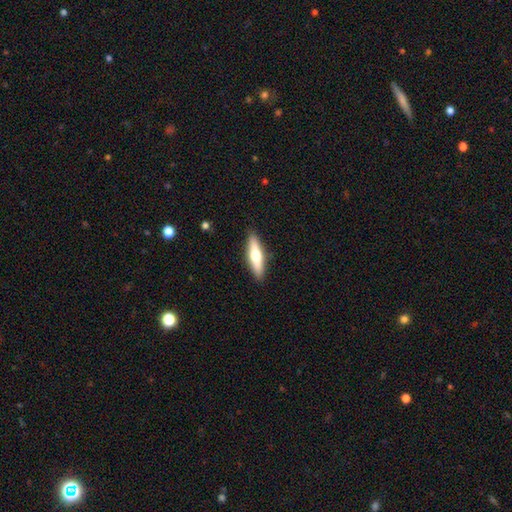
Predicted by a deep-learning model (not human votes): Overall: smooth (53%; featured or disk 41%). How rounded: cigar-shaped (69%). Merging: none (89%).